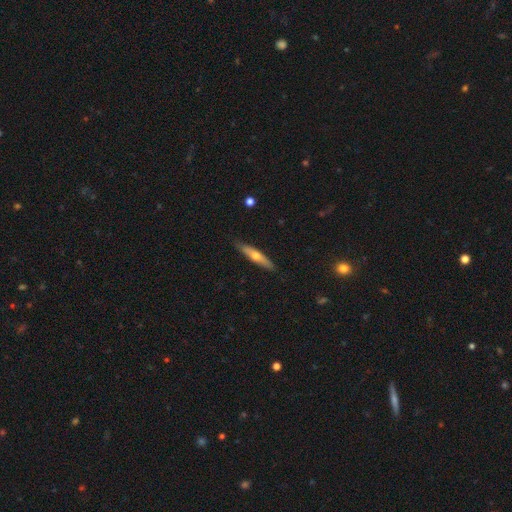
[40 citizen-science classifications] A smooth galaxy with no disk features (68%) that is cigar-shaped (85%). Merging: none (97%).